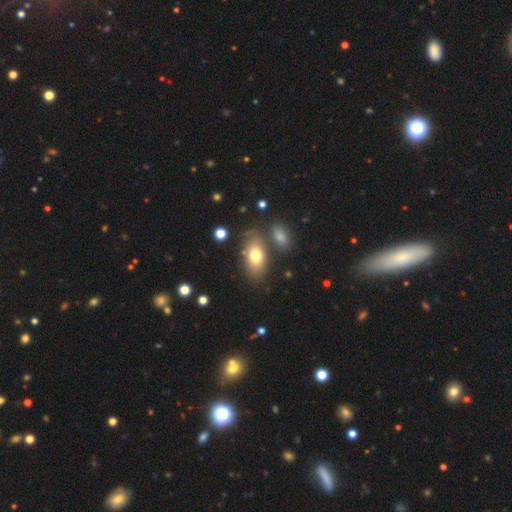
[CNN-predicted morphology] This appears to be a smooth galaxy with no disk features (74%) that is in between round and cigar-shaped (87%). Merging: none (69%).